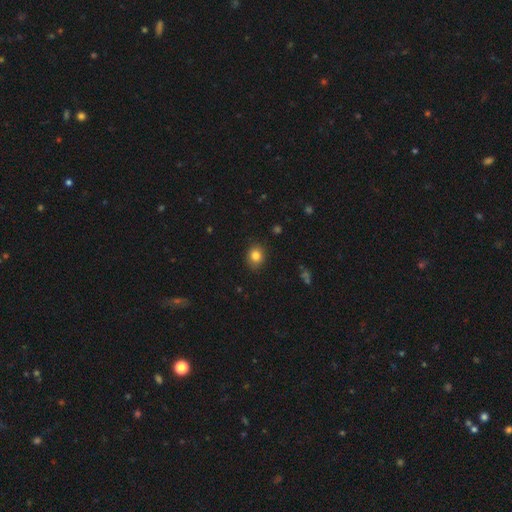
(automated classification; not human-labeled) smooth_or_featured: smooth (p=0.82) [alt: star or artifact p=0.11]
how_rounded: round (p=0.69) [alt: in between p=0.30]
merging: none (p=0.87) [alt: minor disturbance p=0.10]